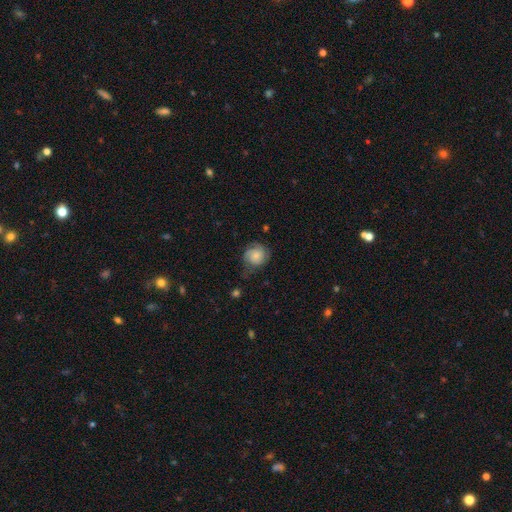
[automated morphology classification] featured or disk 47%, smooth 44%, star or artifact 8%. Down the decision tree: merging — none (56%).